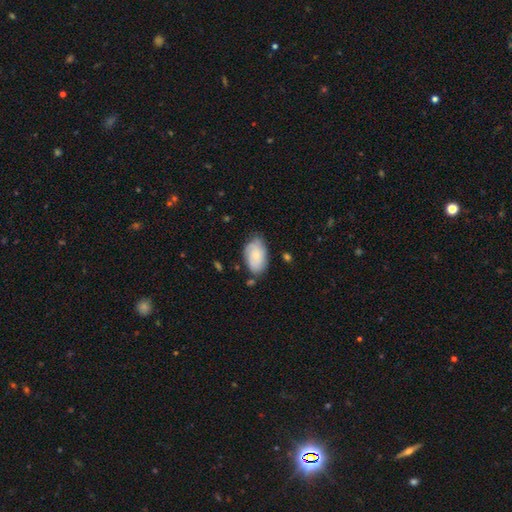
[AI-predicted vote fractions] Smooth or featured: smooth — 66% (featured or disk — 27%)
How rounded: in between — 93% (round — 5%)
Merging: none — 67% (minor disturbance — 24%)